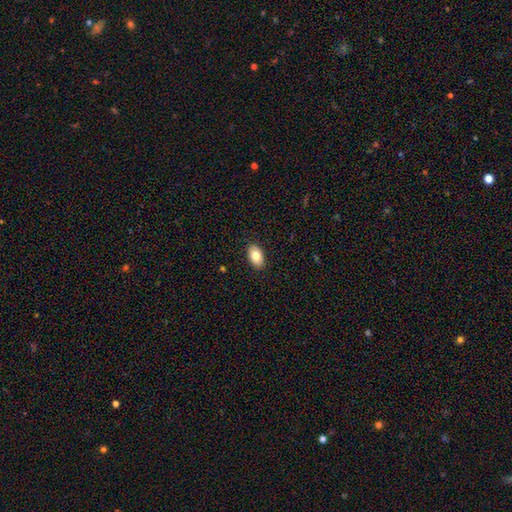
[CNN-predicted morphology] Overall: smooth (83%). How rounded: in between (93%). Merging: none (90%).